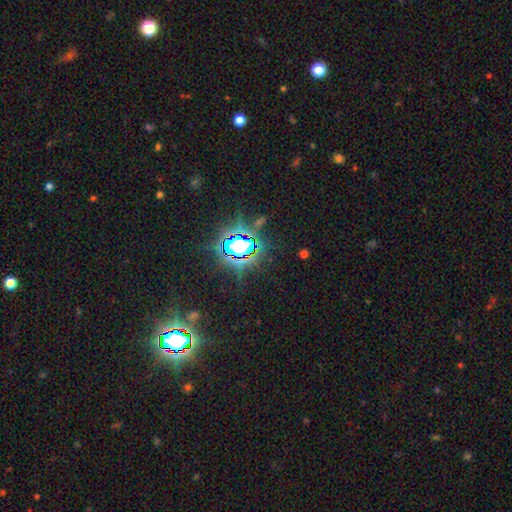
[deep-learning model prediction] A star or artifact, not a galaxy (81%).

Vote fractions:
- Smooth or featured? star or artifact: 81% / smooth: 11% / featured or disk: 7%